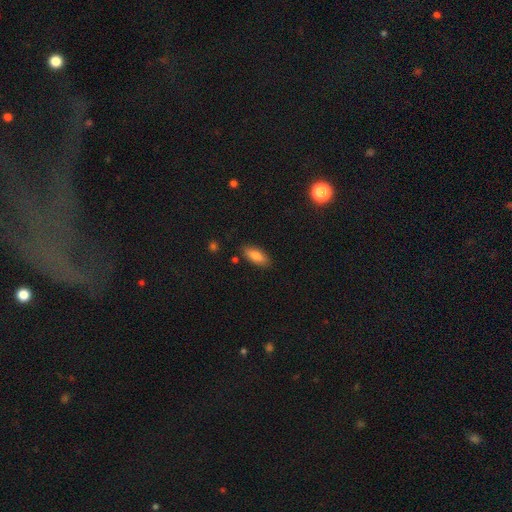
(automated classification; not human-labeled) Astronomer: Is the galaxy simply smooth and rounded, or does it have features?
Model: smooth — 79%.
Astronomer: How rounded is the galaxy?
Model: in between — 78%.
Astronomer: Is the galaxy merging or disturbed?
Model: none — 85%.